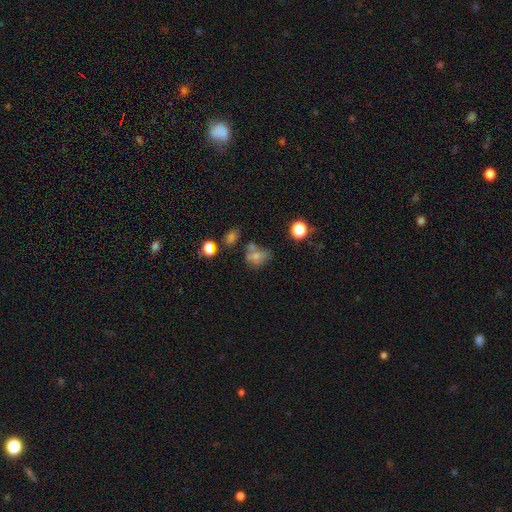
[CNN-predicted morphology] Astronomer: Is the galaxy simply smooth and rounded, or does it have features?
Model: smooth — 63%.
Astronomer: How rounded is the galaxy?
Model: in between — 51% (runner-up: round, 48%).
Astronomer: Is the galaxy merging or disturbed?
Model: none — 40% (runner-up: merger, 28%).